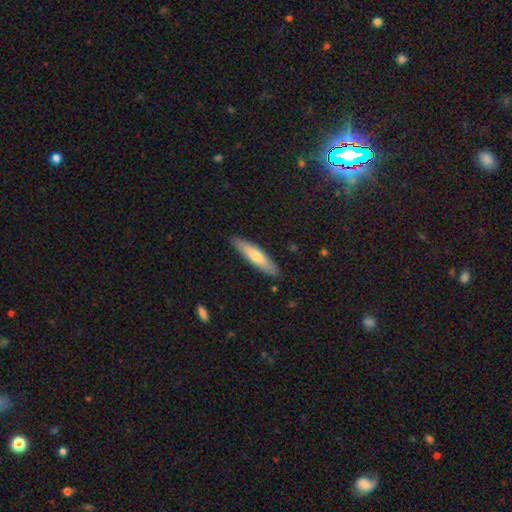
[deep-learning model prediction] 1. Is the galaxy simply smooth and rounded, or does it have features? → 65% smooth, 29% featured or disk, 5% star or artifact.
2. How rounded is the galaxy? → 77% cigar-shaped, 22% in between, 1% round.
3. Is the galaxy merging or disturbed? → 88% none, 9% minor disturbance, 2% major disturbance, 1% merger.